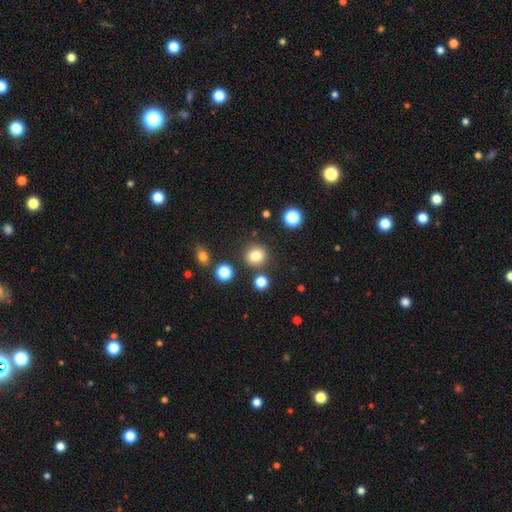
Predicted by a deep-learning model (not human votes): Morphology: type=smooth (81%); roundness=round (87%); merging=none (84%).